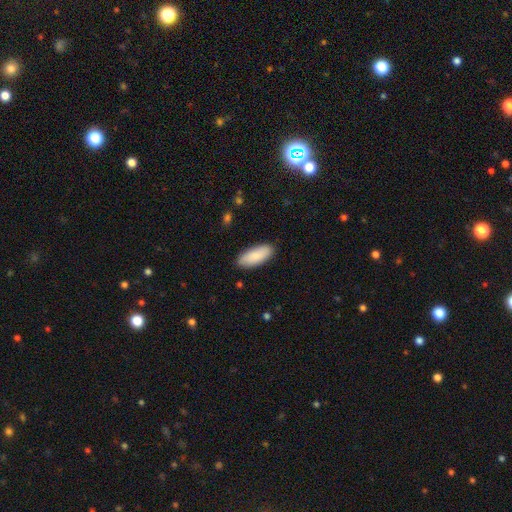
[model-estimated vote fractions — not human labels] Smooth or featured? Predicted: smooth (p=0.87). How rounded? Predicted: in between (p=0.83). Merging? Predicted: none (p=0.88).